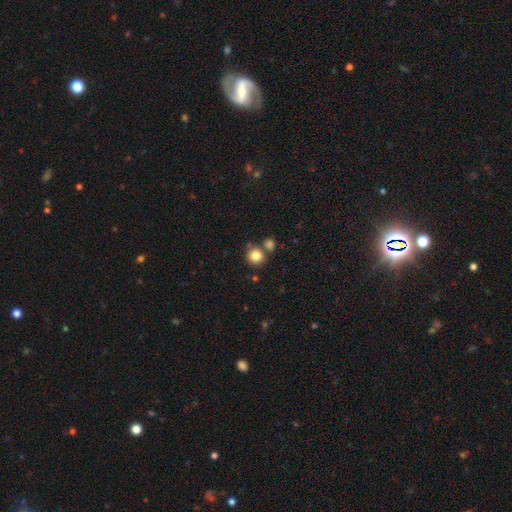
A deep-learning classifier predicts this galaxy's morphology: smooth-or-featured: smooth: 82% | star or artifact: 11% | featured or disk: 6%
  how-rounded: round: 92% | in between: 7% | cigar-shaped: 1%
  merging: none: 72% | merger: 17% | minor disturbance: 8% | major disturbance: 3%